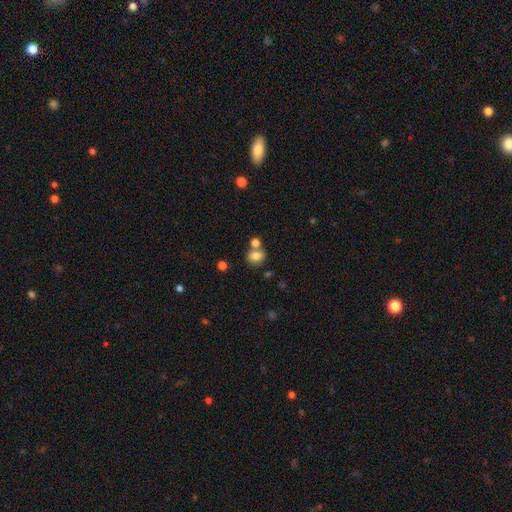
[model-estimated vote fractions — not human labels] The model was most divided on "how rounded": round: 57%, in between: 42%, cigar-shaped: 1%. More confident: smooth or featured — smooth (78%); merging — none (58%).